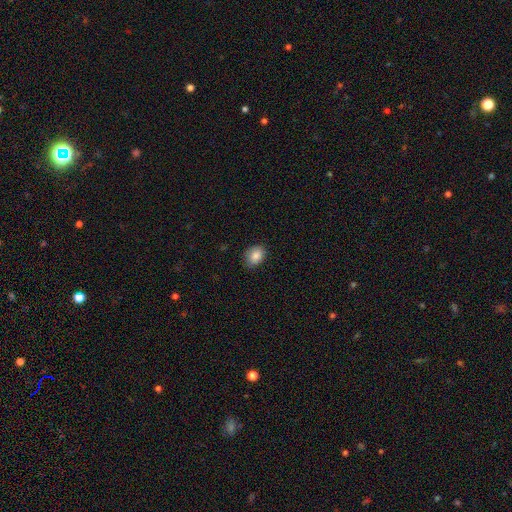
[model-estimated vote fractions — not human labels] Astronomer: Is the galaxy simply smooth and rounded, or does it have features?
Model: smooth — 86%.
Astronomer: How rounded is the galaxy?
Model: in between — 66%.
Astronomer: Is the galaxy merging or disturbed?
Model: none — 80%.